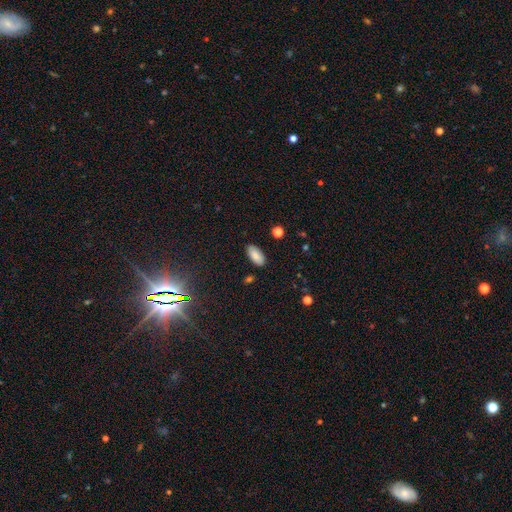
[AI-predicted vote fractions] Smooth or featured?
  - smooth: 86% *
  - star or artifact: 8%
  - featured or disk: 6%
How rounded?
  - in between: 91% *
  - cigar-shaped: 7%
  - round: 2%
Merging?
  - none: 87% *
  - minor disturbance: 9%
  - major disturbance: 2%
  - merger: 2%